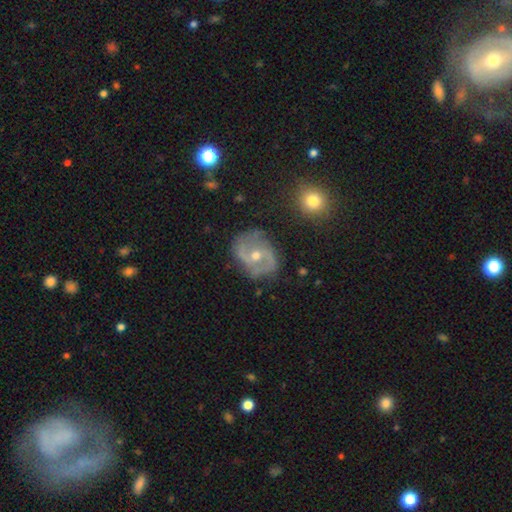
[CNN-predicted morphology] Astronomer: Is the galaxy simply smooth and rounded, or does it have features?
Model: featured or disk — 83%.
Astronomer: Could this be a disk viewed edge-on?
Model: no — 97%.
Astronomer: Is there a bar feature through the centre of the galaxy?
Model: no — 44% (runner-up: weak, 40%).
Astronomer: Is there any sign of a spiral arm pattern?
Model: yes — 92%.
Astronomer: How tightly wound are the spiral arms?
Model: medium — 48% (runner-up: loose, 31%).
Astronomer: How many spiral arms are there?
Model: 2 — 85%.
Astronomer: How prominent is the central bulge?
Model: moderate — 59% (runner-up: small, 38%).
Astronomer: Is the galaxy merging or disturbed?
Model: none — 74%.